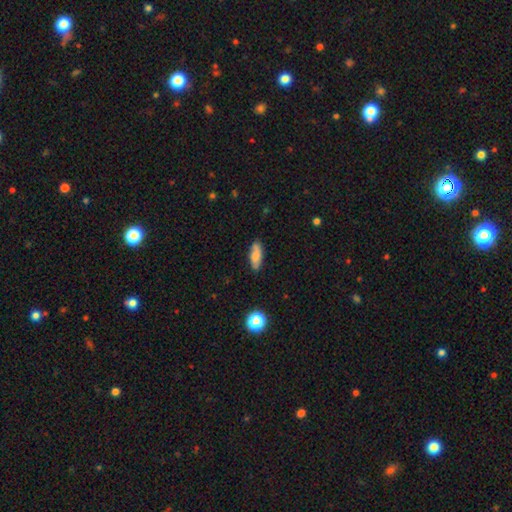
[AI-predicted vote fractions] Smooth or featured? smooth (72%)
How rounded? in between (67%)
Merging? none (82%)